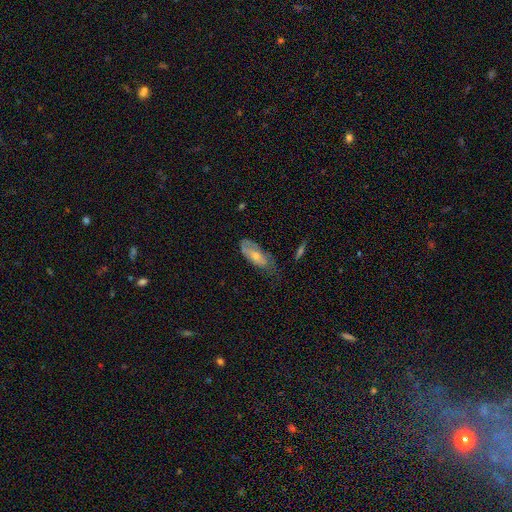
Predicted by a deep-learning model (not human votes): smooth 58%, featured or disk 36%, star or artifact 6%. Down the decision tree: how rounded — in between (83%); merging — none (39%).